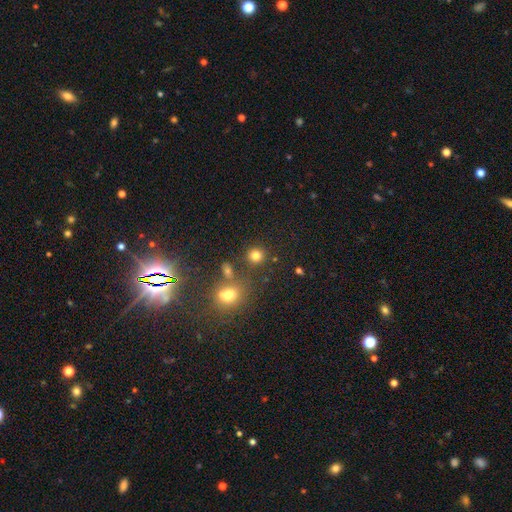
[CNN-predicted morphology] smooth_or_featured: smooth (p=0.76) [alt: star or artifact p=0.17]
how_rounded: round (p=0.90) [alt: in between p=0.09]
merging: none (p=0.81) [alt: minor disturbance p=0.08]